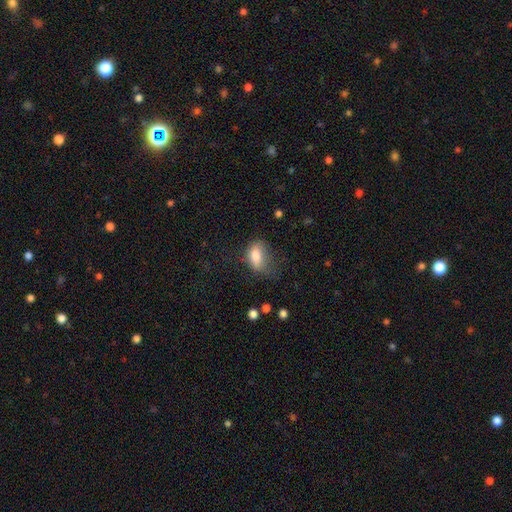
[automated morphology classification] The model was most divided on "merging": none: 37%, minor disturbance: 33%, major disturbance: 28%, merger: 2%. More confident: how rounded — in between (85%); smooth or featured — smooth (79%).